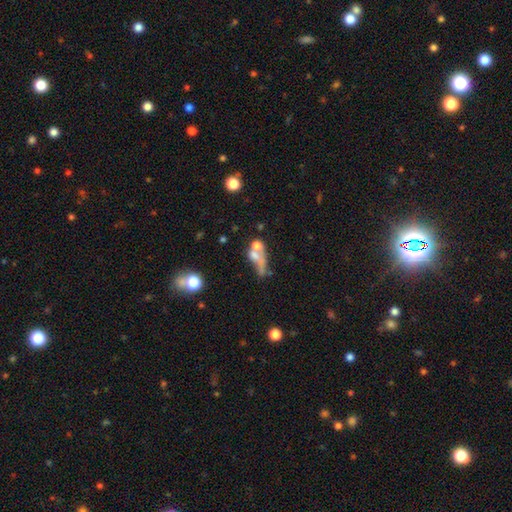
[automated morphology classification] A smooth galaxy with no disk features (52%) that is in between round and cigar-shaped (55%). Merging: merger (43%).